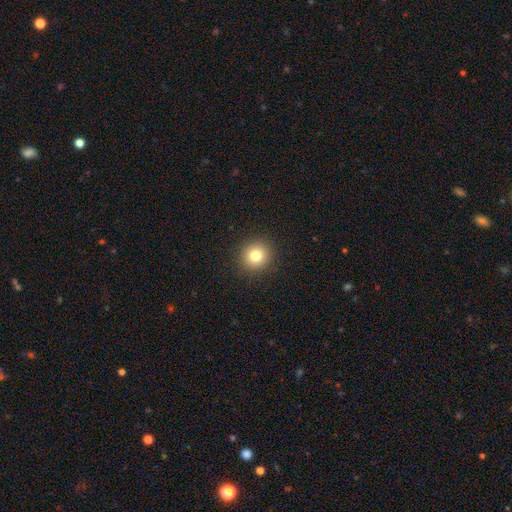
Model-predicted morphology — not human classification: Q: Smooth or featured?
A: smooth (80%); runner-up: star or artifact (12%)
Q: How rounded?
A: round (89%); runner-up: in between (10%)
Q: Merging?
A: none (91%); runner-up: minor disturbance (6%)